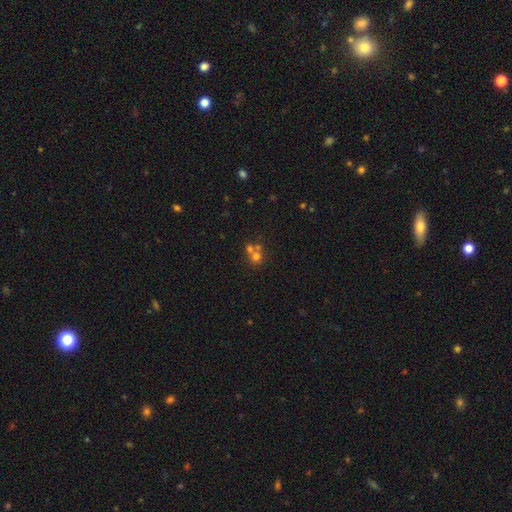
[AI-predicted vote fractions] Overall: smooth (59%; star or artifact 22%). How rounded: round (84%). Merging: merger (47%; none 43%).